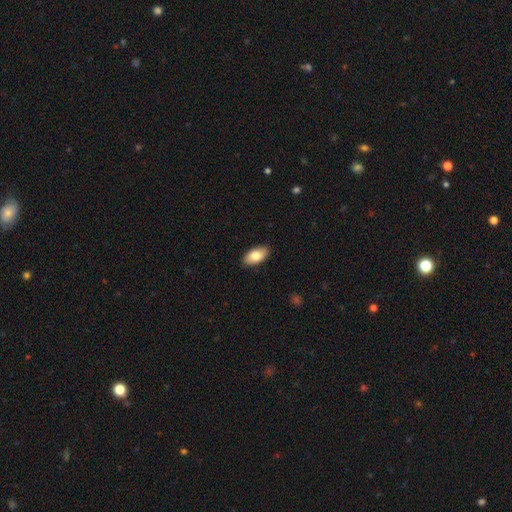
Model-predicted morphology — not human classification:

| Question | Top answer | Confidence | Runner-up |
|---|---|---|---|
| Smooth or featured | smooth | 81% | featured or disk (13%) |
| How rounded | in between | 94% | round (3%) |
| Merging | none | 89% | minor disturbance (9%) |